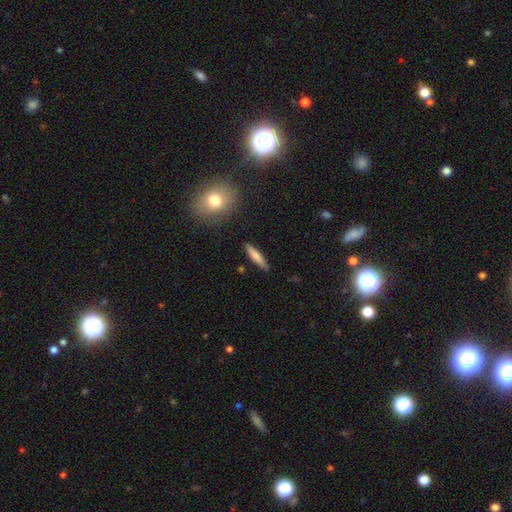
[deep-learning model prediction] smooth 72%, featured or disk 21%, star or artifact 7%. Down the decision tree: how rounded — cigar-shaped (85%); merging — none (87%).